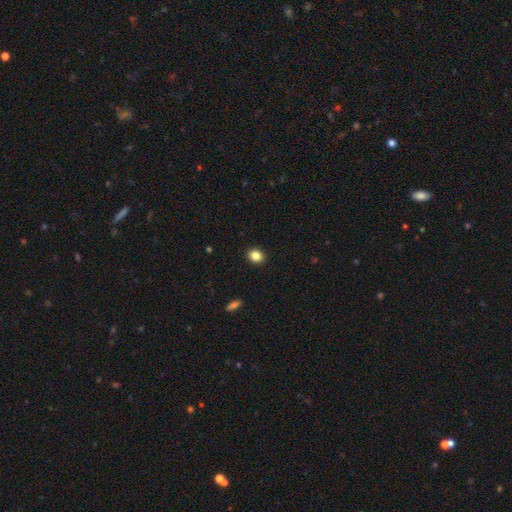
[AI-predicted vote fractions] Q: Smooth or featured?
A: smooth (84%); runner-up: star or artifact (10%)
Q: How rounded?
A: round (63%); runner-up: in between (36%)
Q: Merging?
A: none (92%); runner-up: minor disturbance (6%)